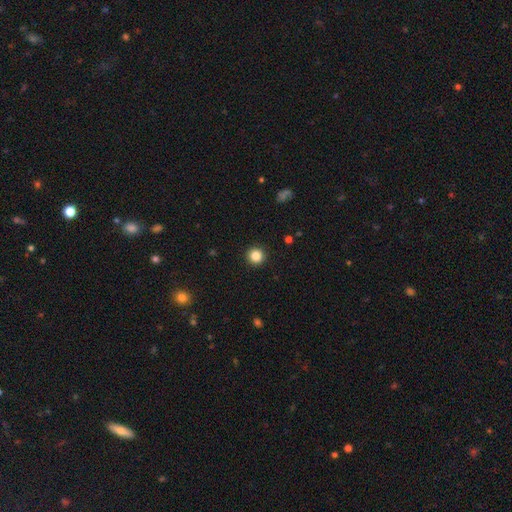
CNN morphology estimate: smooth 85%, star or artifact 11%, featured or disk 4%. Down the decision tree: how rounded — round (95%); merging — none (93%).